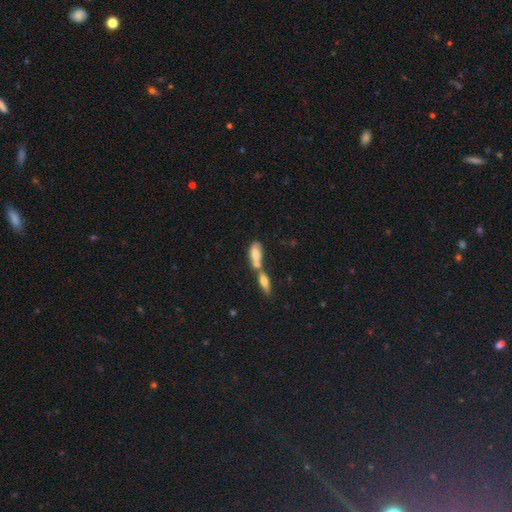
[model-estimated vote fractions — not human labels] Morphology: type=smooth (70%); roundness=in between (73%); merging=merger (63%).